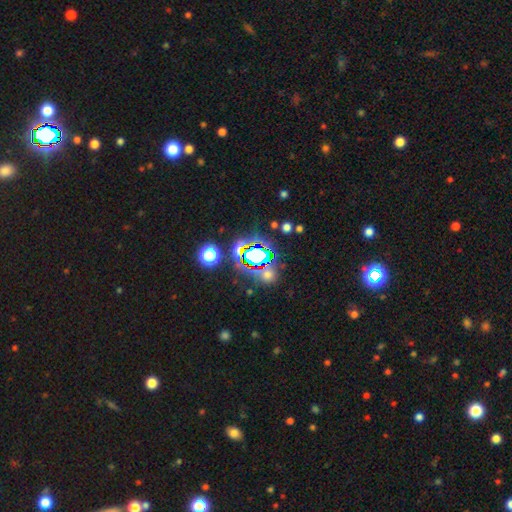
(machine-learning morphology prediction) star or artifact 62%, smooth 24%, featured or disk 14%.